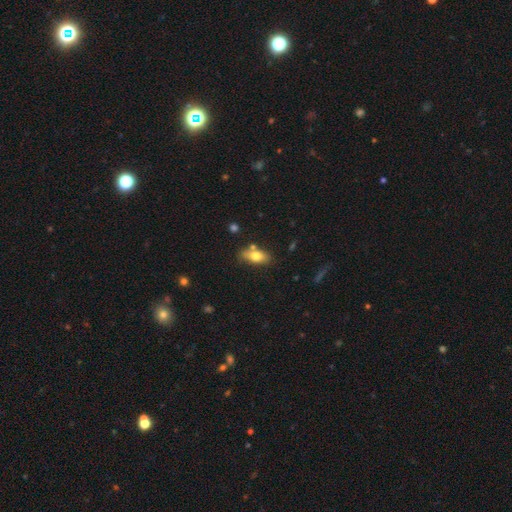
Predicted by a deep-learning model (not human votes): Smooth or featured: smooth — 75% (featured or disk — 18%)
How rounded: in between — 84% (cigar-shaped — 11%)
Merging: none — 69% (minor disturbance — 18%)